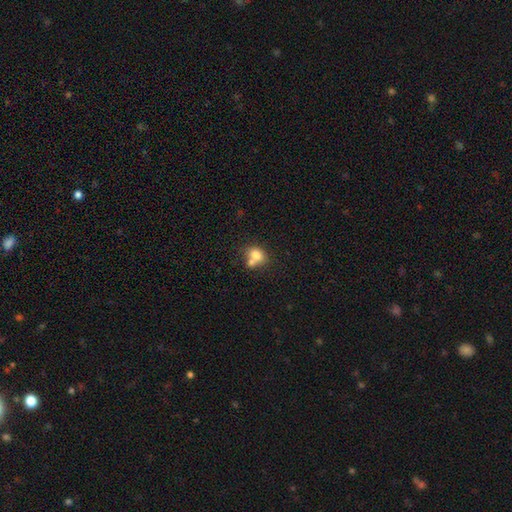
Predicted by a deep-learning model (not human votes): Q: Smooth or featured?
A: smooth (76%); runner-up: featured or disk (14%)
Q: How rounded?
A: round (51%); runner-up: in between (48%)
Q: Merging?
A: merger (45%); runner-up: none (39%)